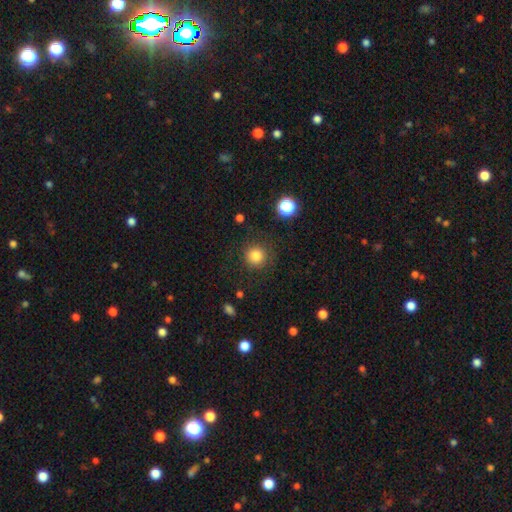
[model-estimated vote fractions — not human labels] Overall: smooth (82%). How rounded: round (94%). Merging: none (86%).